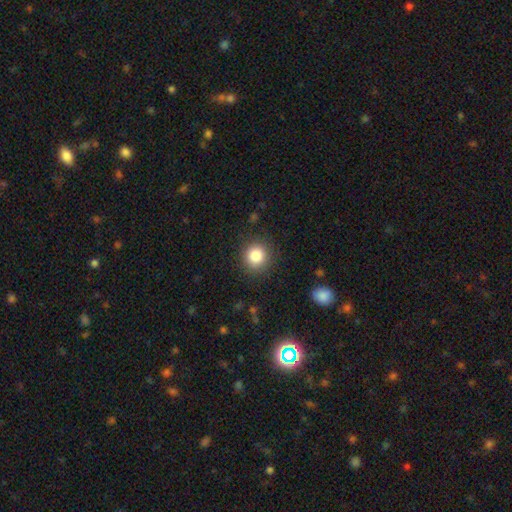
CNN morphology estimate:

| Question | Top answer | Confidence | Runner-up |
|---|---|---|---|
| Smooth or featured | smooth | 85% | star or artifact (10%) |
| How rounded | round | 90% | in between (9%) |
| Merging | none | 88% | minor disturbance (8%) |